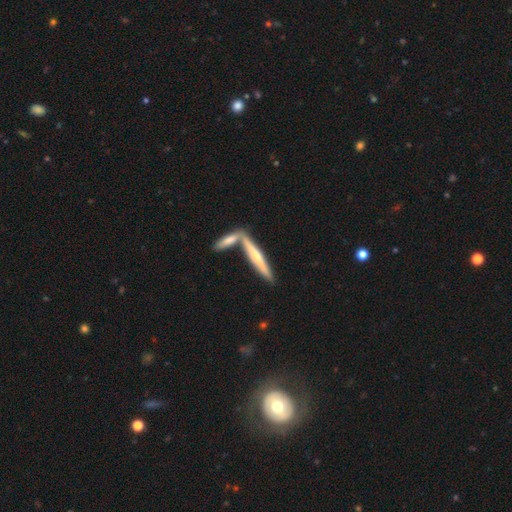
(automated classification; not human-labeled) smooth_or_featured: featured or disk (p=0.51) [alt: smooth p=0.43]
disk_edge_on: yes (p=0.93) [alt: no p=0.07]
merging: none (p=0.58) [alt: merger p=0.30]